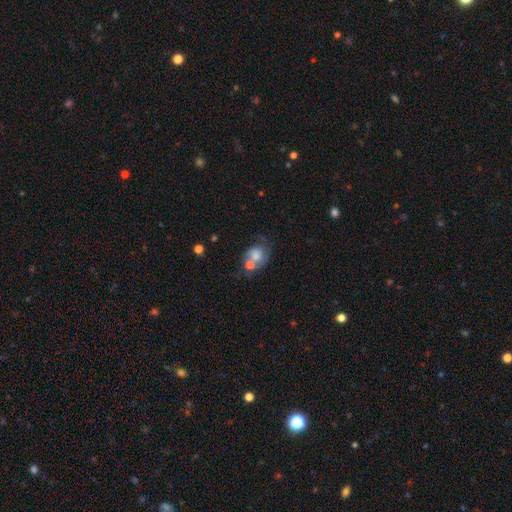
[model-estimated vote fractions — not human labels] Smooth or featured?
  - smooth: 63% *
  - featured or disk: 28%
  - star or artifact: 10%
How rounded?
  - round: 61% *
  - in between: 38%
  - cigar-shaped: 1%
Merging?
  - merger: 41% *
  - none: 30%
  - minor disturbance: 16%
  - major disturbance: 13%